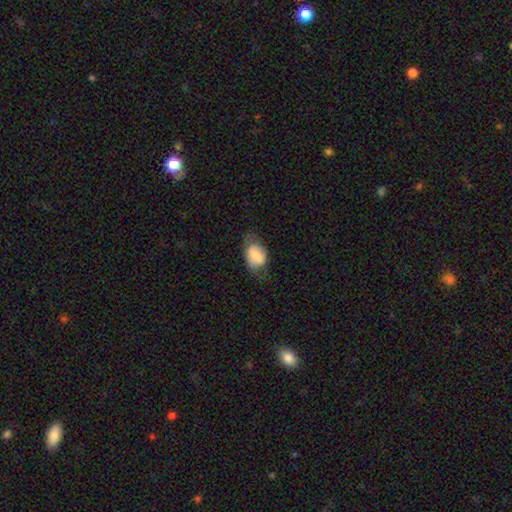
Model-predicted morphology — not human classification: A smooth galaxy with no disk features (71%) that is in between round and cigar-shaped (79%).

Vote fractions:
- Smooth or featured? smooth: 71% / featured or disk: 21% / star or artifact: 8%
- How rounded? in between: 79% / round: 20% / cigar-shaped: 1%
- Merging? none: 57% / minor disturbance: 27% / major disturbance: 15% / merger: 1%